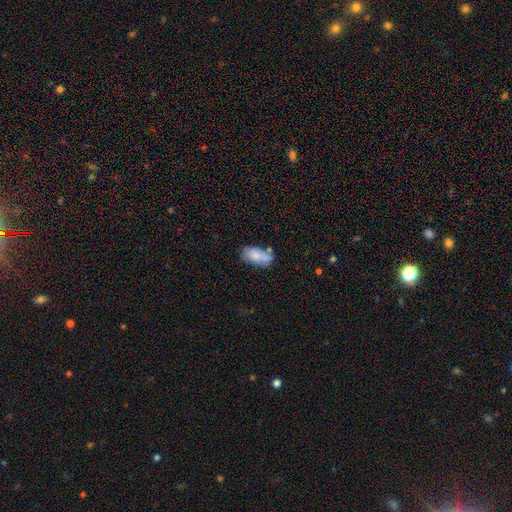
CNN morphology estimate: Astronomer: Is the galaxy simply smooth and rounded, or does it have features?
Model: smooth — 75%.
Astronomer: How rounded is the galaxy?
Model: in between — 91%.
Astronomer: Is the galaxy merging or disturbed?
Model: none — 53%.